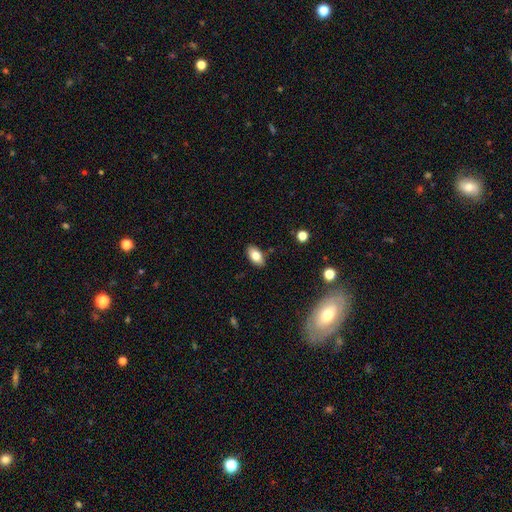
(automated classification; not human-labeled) smooth-or-featured: smooth: 79% | featured or disk: 13% | star or artifact: 8%
  how-rounded: in between: 92% | round: 5% | cigar-shaped: 3%
  merging: none: 86% | minor disturbance: 10% | major disturbance: 2% | merger: 2%